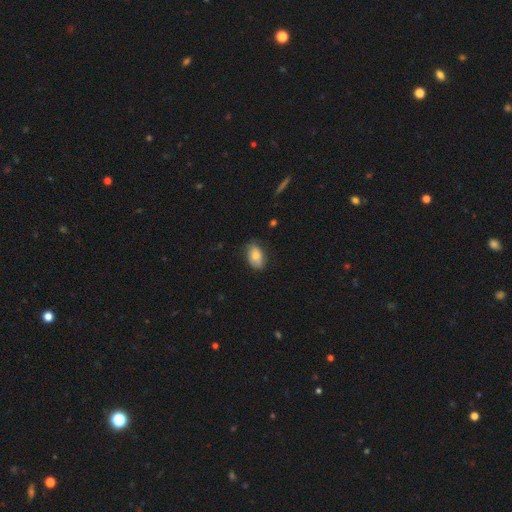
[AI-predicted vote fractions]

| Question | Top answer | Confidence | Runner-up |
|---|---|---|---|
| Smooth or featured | smooth | 78% | featured or disk (14%) |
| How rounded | in between | 91% | round (8%) |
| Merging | none | 72% | minor disturbance (23%) |